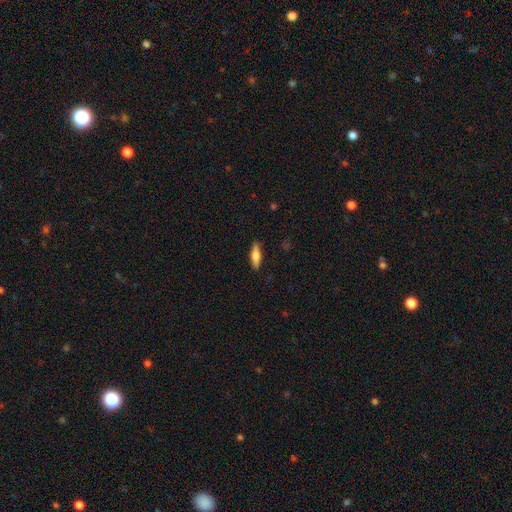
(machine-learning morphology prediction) smooth-or-featured: smooth: 66% | featured or disk: 28% | star or artifact: 6%
  how-rounded: cigar-shaped: 60% | in between: 38% | round: 2%
  merging: none: 88% | minor disturbance: 9% | major disturbance: 2% | merger: 1%